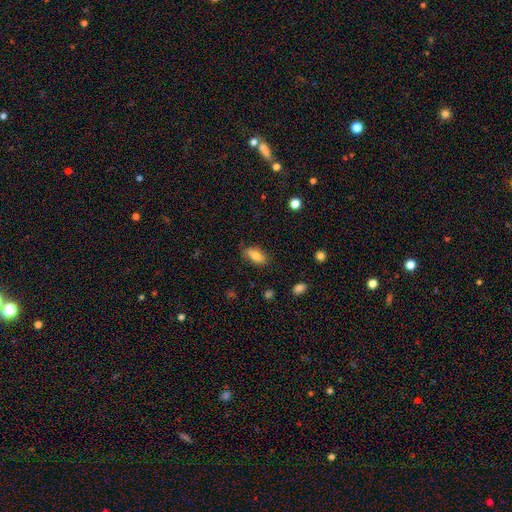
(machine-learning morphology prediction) smooth-or-featured: smooth: 77% | featured or disk: 15% | star or artifact: 8%
  how-rounded: in between: 84% | cigar-shaped: 12% | round: 4%
  merging: none: 82% | minor disturbance: 14% | major disturbance: 3% | merger: 1%